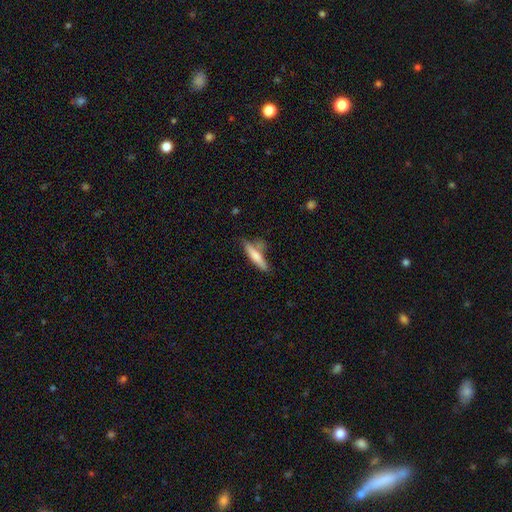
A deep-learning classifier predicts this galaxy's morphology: type=smooth (66%); roundness=cigar-shaped (84%); merging=none (66%).